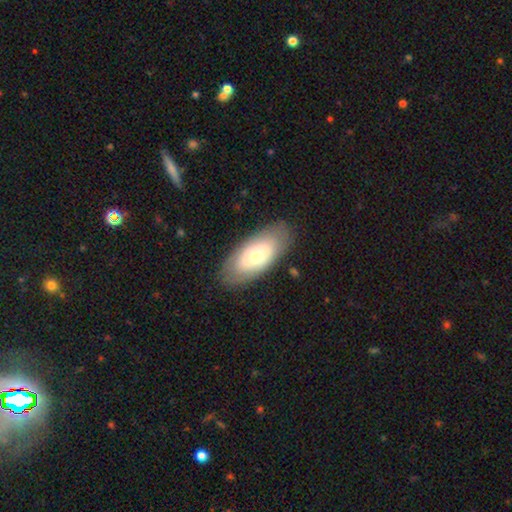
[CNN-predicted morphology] Smooth or featured?
  - smooth: 59% *
  - featured or disk: 35%
  - star or artifact: 6%
How rounded?
  - in between: 89% *
  - cigar-shaped: 8%
  - round: 2%
Merging?
  - none: 82% *
  - minor disturbance: 13%
  - major disturbance: 4%
  - merger: 1%